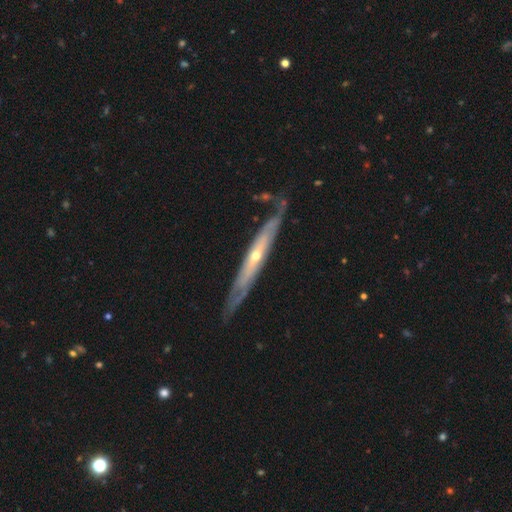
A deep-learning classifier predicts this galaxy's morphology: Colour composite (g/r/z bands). It shows a featured or disk galaxy (76%) viewed edge-on (67%) with a rounded central bulge (70%). Merging: none (69%).